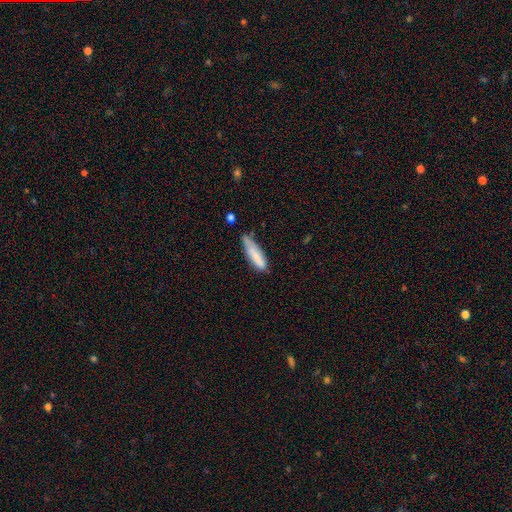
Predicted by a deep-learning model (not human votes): Smooth or featured: smooth — 77% (featured or disk — 16%)
How rounded: cigar-shaped — 68% (in between — 31%)
Merging: none — 46% (minor disturbance — 39%)